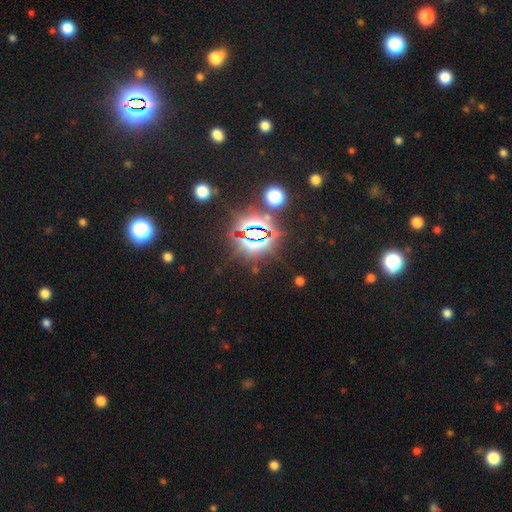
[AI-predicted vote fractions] A star or artifact, not a galaxy (82%).

Vote fractions:
- Smooth or featured? star or artifact: 82% / smooth: 11% / featured or disk: 8%